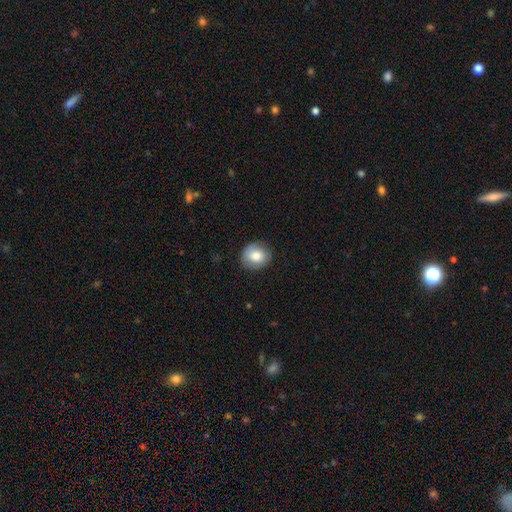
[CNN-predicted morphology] smooth-or-featured: smooth: 81% | featured or disk: 11% | star or artifact: 8%
  how-rounded: round: 77% | in between: 22% | cigar-shaped: 1%
  merging: none: 83% | minor disturbance: 13% | major disturbance: 3% | merger: 1%